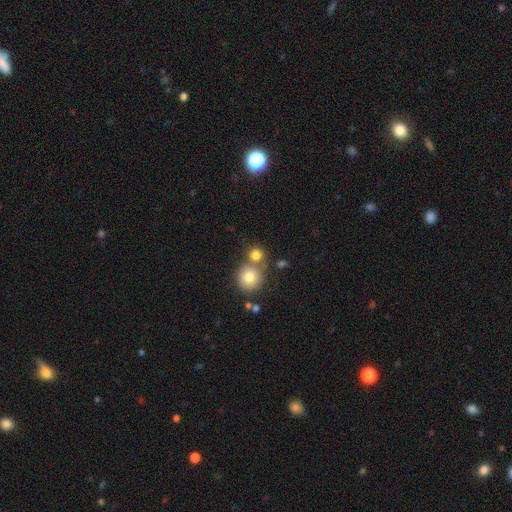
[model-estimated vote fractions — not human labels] Smooth or featured? smooth (79%)
How rounded? round (88%)
Merging? none (57%)